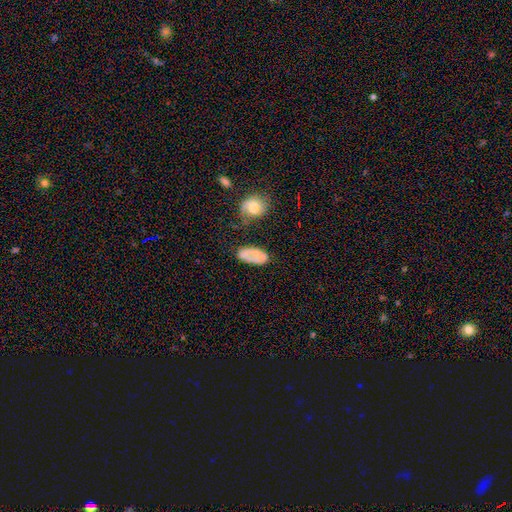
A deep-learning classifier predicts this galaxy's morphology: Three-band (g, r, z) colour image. It shows a smooth galaxy with no disk features (57%) that is in between round and cigar-shaped (91%). Merging: none (55%).